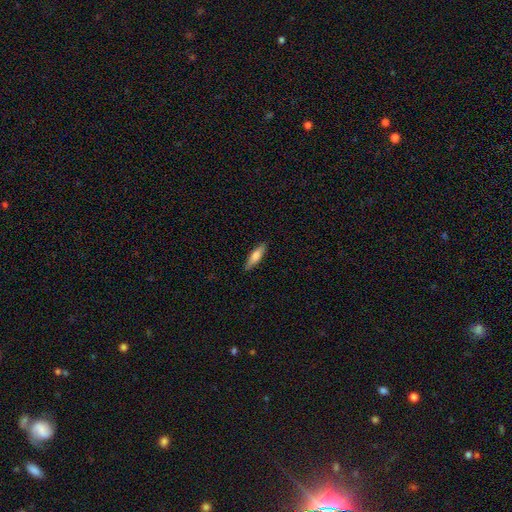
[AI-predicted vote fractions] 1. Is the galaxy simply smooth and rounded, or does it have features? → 71% smooth, 23% featured or disk, 6% star or artifact.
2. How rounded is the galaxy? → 64% cigar-shaped, 35% in between, 2% round.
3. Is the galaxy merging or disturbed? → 87% none, 10% minor disturbance, 2% major disturbance, 1% merger.